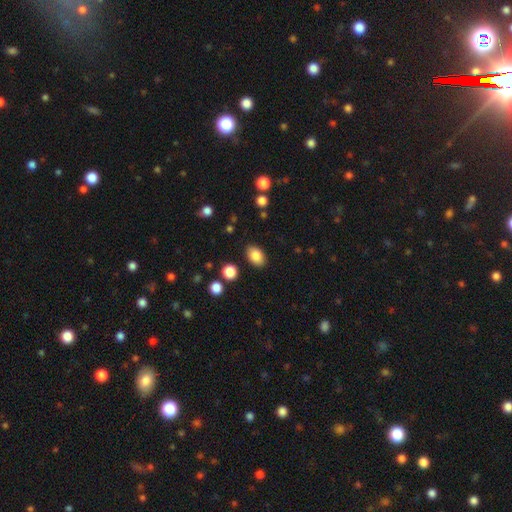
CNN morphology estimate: Overall: smooth (85%). How rounded: in between (85%). Merging: none (87%).